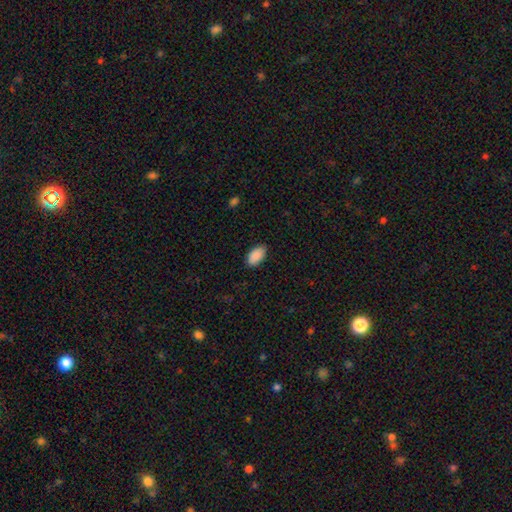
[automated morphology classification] Smooth or featured? Predicted: smooth (p=0.91). How rounded? Predicted: in between (p=0.95). Merging? Predicted: none (p=0.87).